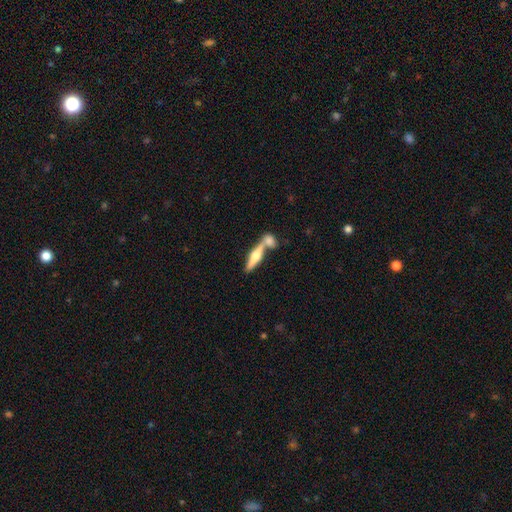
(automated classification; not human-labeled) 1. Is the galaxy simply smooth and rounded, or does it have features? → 58% featured or disk, 35% smooth, 6% star or artifact.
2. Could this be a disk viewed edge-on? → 94% yes, 6% no.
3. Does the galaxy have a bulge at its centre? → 91% rounded, 6% boxy, 3% none.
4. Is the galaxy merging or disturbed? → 50% none, 39% merger, 8% minor disturbance, 3% major disturbance.